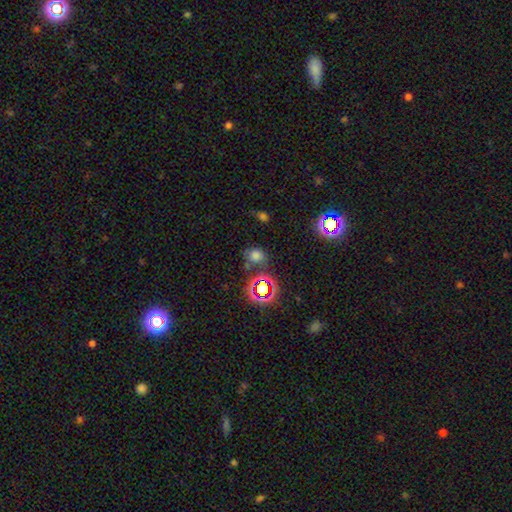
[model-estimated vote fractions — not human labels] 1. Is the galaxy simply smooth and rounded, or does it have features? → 63% smooth, 29% star or artifact, 8% featured or disk.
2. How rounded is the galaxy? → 70% round, 29% in between, 1% cigar-shaped.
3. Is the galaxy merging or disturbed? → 63% none, 18% minor disturbance, 10% merger, 8% major disturbance.